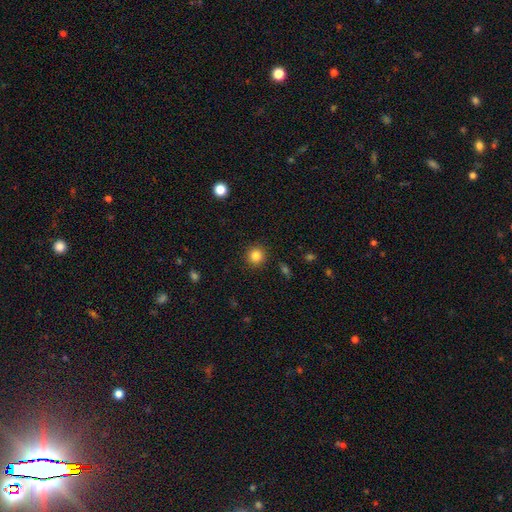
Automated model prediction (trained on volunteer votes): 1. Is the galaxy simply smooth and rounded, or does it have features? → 84% smooth, 11% star or artifact, 5% featured or disk.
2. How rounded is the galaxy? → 93% round, 6% in between, 1% cigar-shaped.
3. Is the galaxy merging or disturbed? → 91% none, 6% minor disturbance, 2% major disturbance, 1% merger.